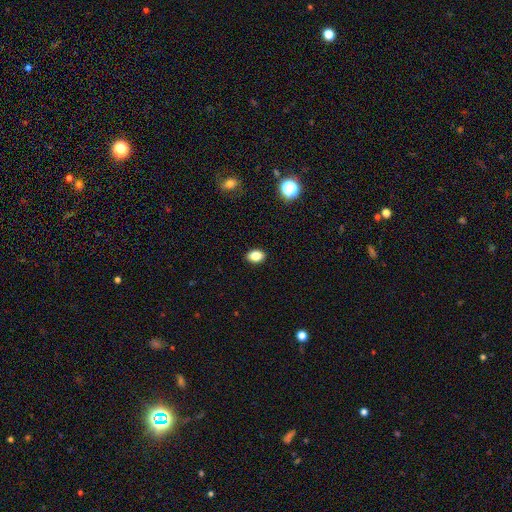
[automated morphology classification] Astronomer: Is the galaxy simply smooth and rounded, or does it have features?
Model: smooth — 85%.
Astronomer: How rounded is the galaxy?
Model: in between — 77%.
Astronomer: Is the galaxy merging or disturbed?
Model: none — 90%.